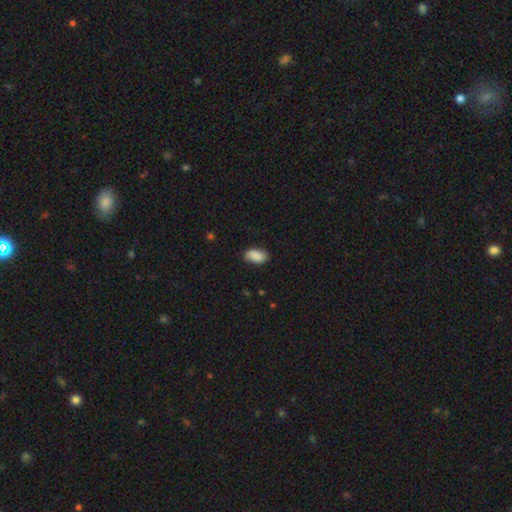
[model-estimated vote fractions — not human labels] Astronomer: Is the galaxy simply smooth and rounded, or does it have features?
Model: smooth — 87%.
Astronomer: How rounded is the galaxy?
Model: in between — 93%.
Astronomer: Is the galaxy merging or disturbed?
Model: none — 82%.